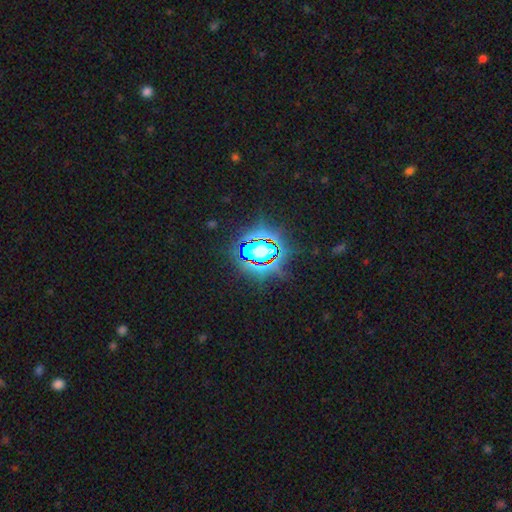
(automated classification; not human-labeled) The model was most divided on "smooth or featured": star or artifact: 73%, smooth: 16%, featured or disk: 11%.